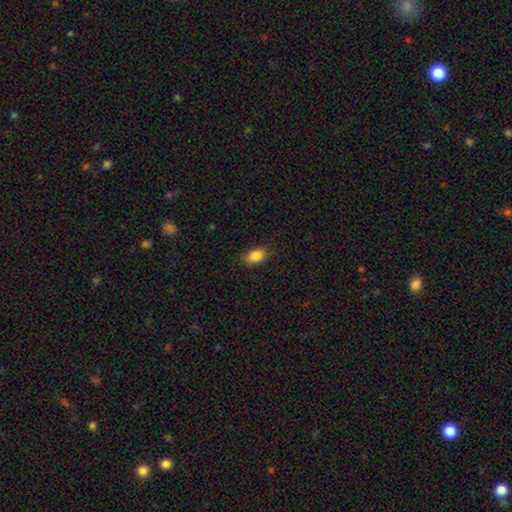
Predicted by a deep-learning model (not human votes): This is clearly a smooth galaxy (86%). How rounded: clearly in between (86%). Merging: clearly none (83%).